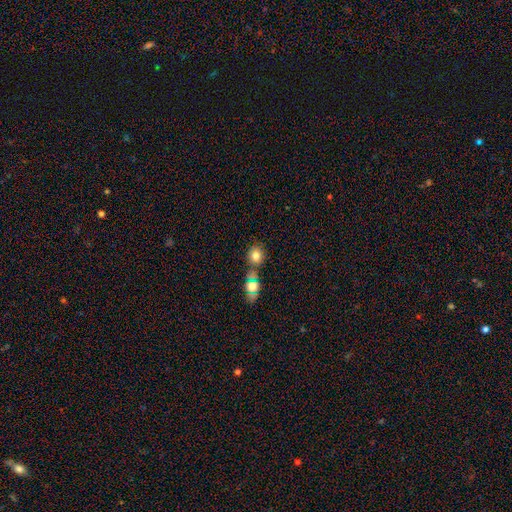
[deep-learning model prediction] Overall: smooth (79%). How rounded: round (59%; in between 40%). Merging: none (63%).